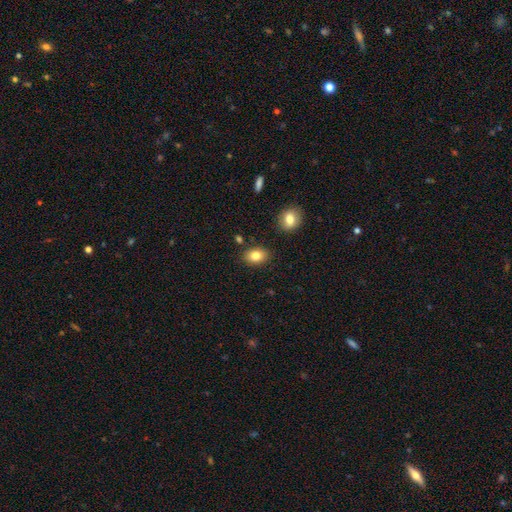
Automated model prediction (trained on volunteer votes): smooth-or-featured: smooth: 82% | star or artifact: 9% | featured or disk: 9%
  how-rounded: in between: 75% | round: 24% | cigar-shaped: 1%
  merging: none: 84% | minor disturbance: 10% | merger: 4% | major disturbance: 2%